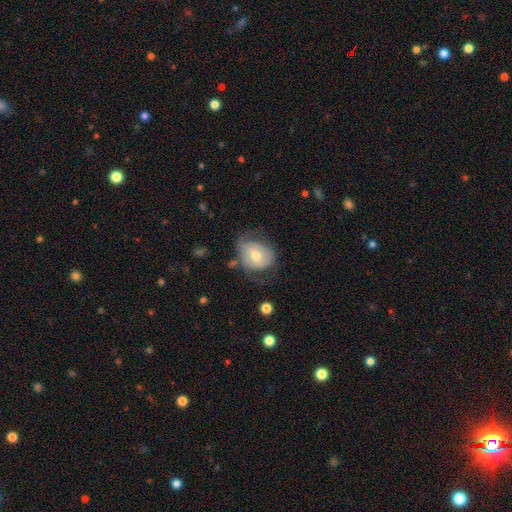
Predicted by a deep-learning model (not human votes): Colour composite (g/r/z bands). It shows a smooth galaxy with no disk features (53%) that is in between round and cigar-shaped (52%). Merging: none (46%).